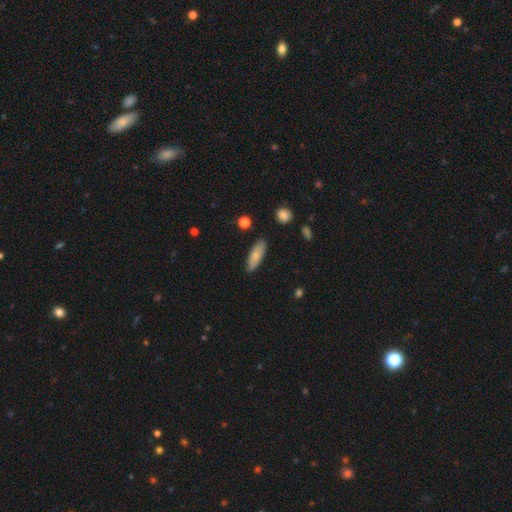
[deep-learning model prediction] A smooth galaxy with no disk features (78%) that is in between round and cigar-shaped (59%).

Vote fractions:
- Smooth or featured? smooth: 78% / featured or disk: 16% / star or artifact: 6%
- How rounded? in between: 59% / cigar-shaped: 39% / round: 2%
- Merging? none: 84% / minor disturbance: 12% / major disturbance: 2% / merger: 2%